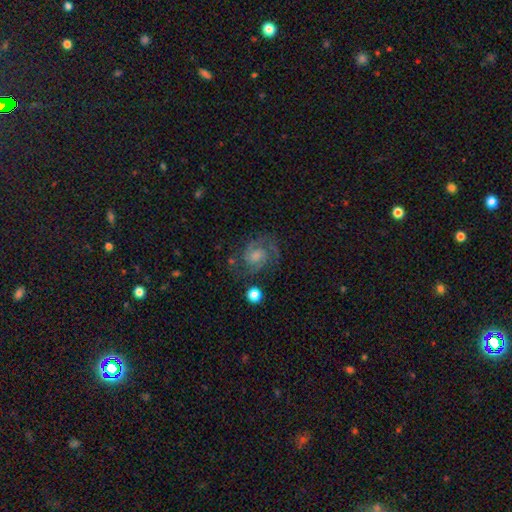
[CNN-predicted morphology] A featured or disk galaxy (79%) with no bar (48%), 2 (72%) medium (49%) spiral arms (96%) and a small central bulge (40%).

Vote fractions:
- Smooth or featured? featured or disk: 79% / smooth: 11% / star or artifact: 10%
- Edge-on disk? no: 98% / yes: 2%
- Bar? no: 48% / weak: 44% / strong: 8%
- Spiral arms? yes: 96% / no: 4%
- Spiral winding? medium: 49% / tight: 40% / loose: 11%
- Spiral arm count? 2: 72% / can't tell: 11% / 3: 10% / 1: 3% / 4: 2% / more than 4: 2%
- Bulge size? small: 40% / moderate: 37% / none: 14% / large: 8% / dominant: 2%
- Merging? none: 73% / minor disturbance: 15% / major disturbance: 9% / merger: 3%